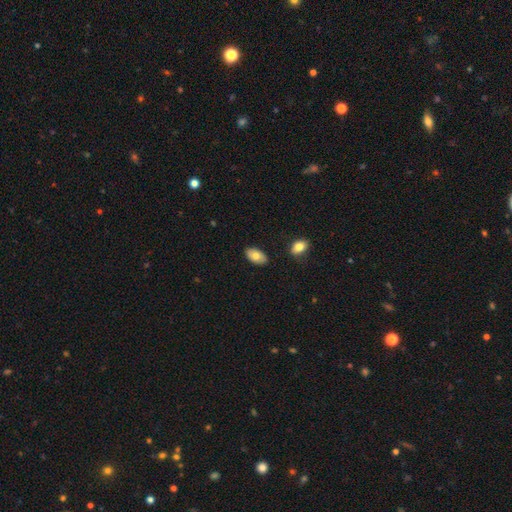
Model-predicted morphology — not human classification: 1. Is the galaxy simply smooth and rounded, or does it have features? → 75% smooth, 19% featured or disk, 6% star or artifact.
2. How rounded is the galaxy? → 95% in between, 4% round, 2% cigar-shaped.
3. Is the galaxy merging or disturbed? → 86% none, 10% minor disturbance, 2% merger, 2% major disturbance.